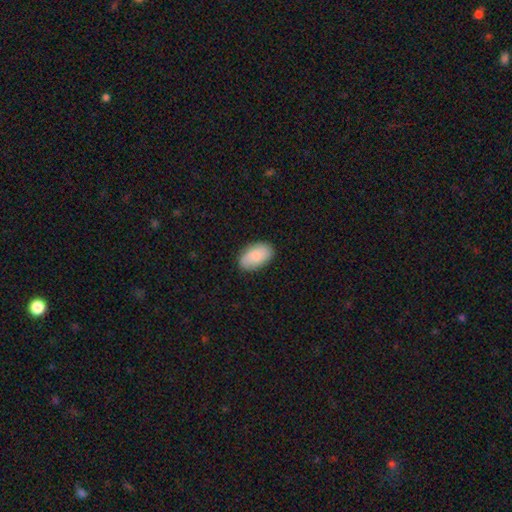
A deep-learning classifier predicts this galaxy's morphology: Overall: smooth (85%). How rounded: in between (95%). Merging: none (86%).